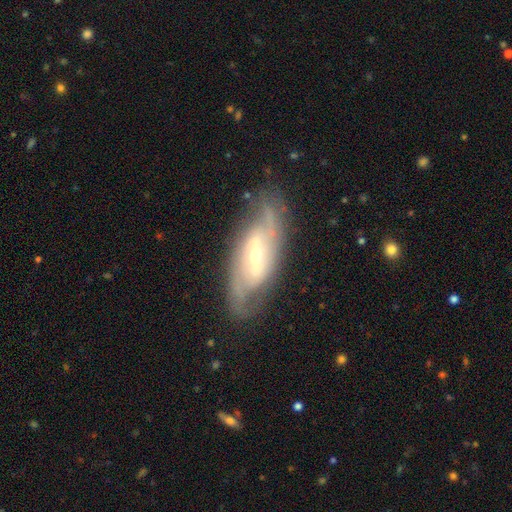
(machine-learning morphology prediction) featured or disk 83%, smooth 11%, star or artifact 6%. Down the decision tree: edge-on disk — no (89%); bar — weak (41%); spiral arms — yes (92%); spiral arm count — 2 (67%); spiral winding — medium (44%); bulge size — small (59%); merging — none (76%).